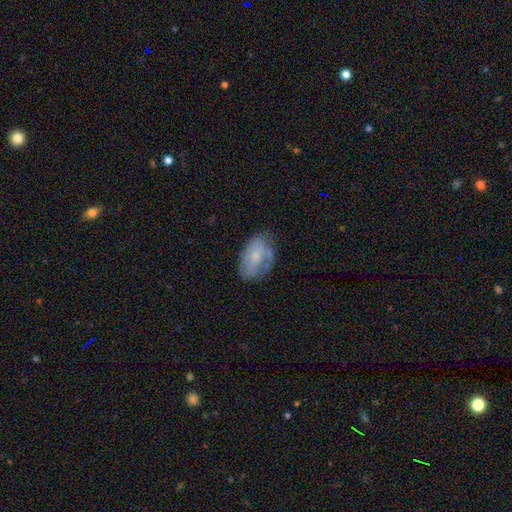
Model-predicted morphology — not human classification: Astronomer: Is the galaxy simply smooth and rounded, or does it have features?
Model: smooth — 54% (runner-up: featured or disk, 39%).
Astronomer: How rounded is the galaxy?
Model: in between — 91%.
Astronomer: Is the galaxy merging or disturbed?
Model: none — 55% (runner-up: minor disturbance, 30%).